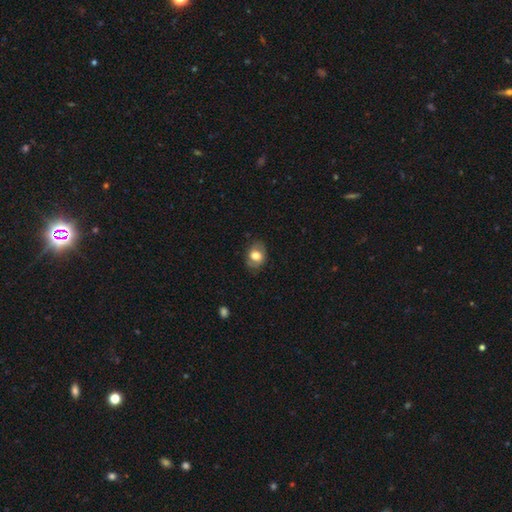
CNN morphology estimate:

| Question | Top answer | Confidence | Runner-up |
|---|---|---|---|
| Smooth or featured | smooth | 66% | featured or disk (26%) |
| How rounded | in between | 70% | round (29%) |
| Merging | none | 77% | minor disturbance (17%) |